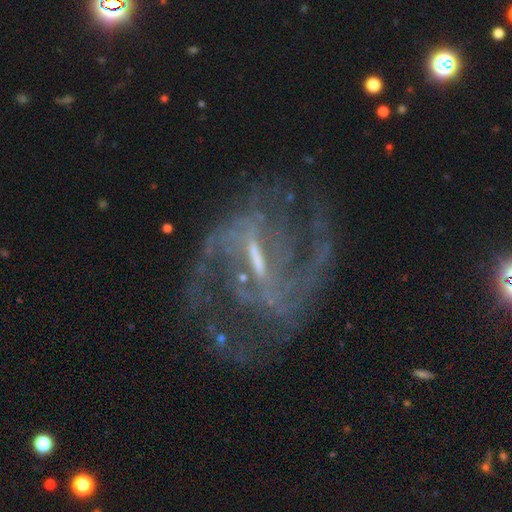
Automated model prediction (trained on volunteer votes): smooth-or-featured: featured or disk: 83% | star or artifact: 10% | smooth: 7%
  disk-edge-on: no: 89% | yes: 11%
    bar: strong: 63% | weak: 24% | no: 13%
    has-spiral-arms: yes: 87% | no: 13%
      spiral-winding: medium: 40% | tight: 32% | loose: 28%
      spiral-arm-count: 2: 45% | can't tell: 24% | 3: 9% | 1: 7% | 4: 7% | more than 4: 7%
    bulge-size: small: 42% | moderate: 35% | none: 14% | large: 7% | dominant: 2%
  merging: none: 53% | major disturbance: 24% | minor disturbance: 18% | merger: 5%